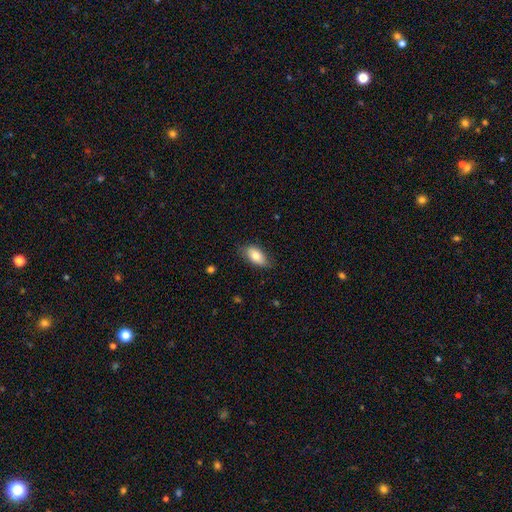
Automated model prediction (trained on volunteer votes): smooth 79%, featured or disk 14%, star or artifact 7%. Down the decision tree: how rounded — in between (91%); merging — none (76%).